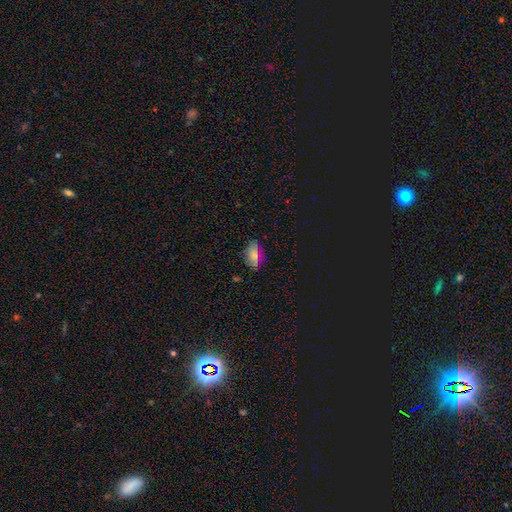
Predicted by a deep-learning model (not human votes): Smooth or featured?
  - smooth: 72% *
  - star or artifact: 19%
  - featured or disk: 9%
How rounded?
  - in between: 87% *
  - round: 9%
  - cigar-shaped: 3%
Merging?
  - none: 81% *
  - minor disturbance: 14%
  - major disturbance: 3%
  - merger: 2%